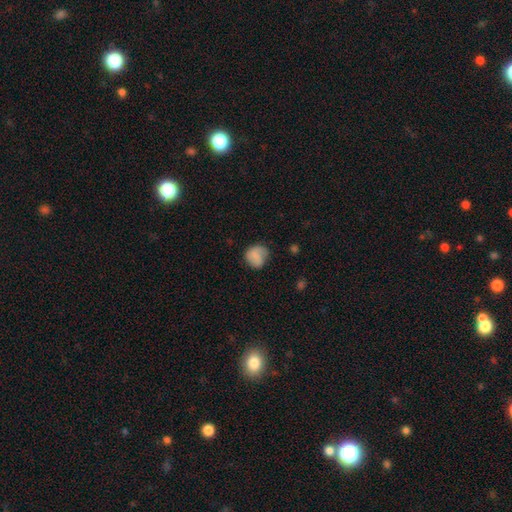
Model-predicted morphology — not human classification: smooth 75%, featured or disk 16%, star or artifact 9%. Down the decision tree: how rounded — round (77%); merging — none (62%).